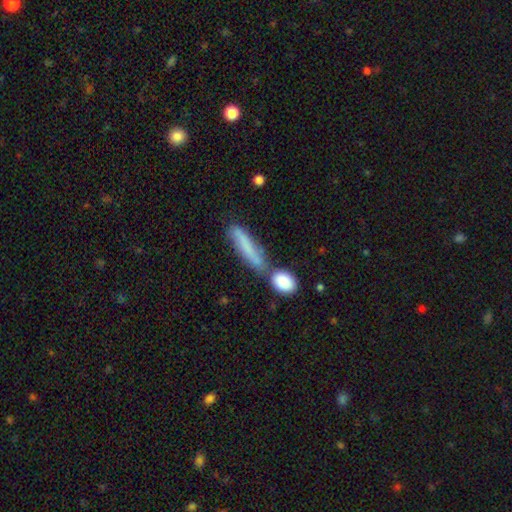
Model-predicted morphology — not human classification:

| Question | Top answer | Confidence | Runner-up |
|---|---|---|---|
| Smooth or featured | smooth | 51% | featured or disk (27%) |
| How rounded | cigar-shaped | 63% | in between (26%) |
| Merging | none | 63% | merger (16%) |